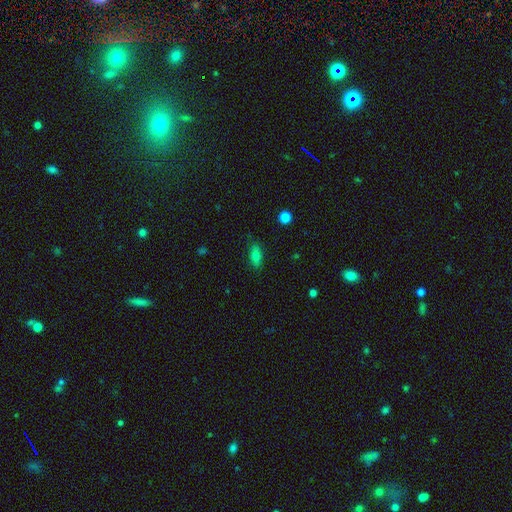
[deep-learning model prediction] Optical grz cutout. It shows a smooth galaxy with no disk features (78%) that is in between round and cigar-shaped (82%). Merging: none (82%).